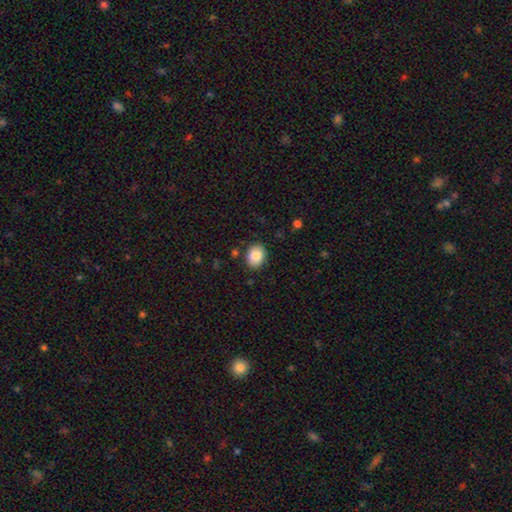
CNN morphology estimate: A smooth galaxy with no disk features (85%) that is in between round and cigar-shaped (53%). Merging: none (86%).